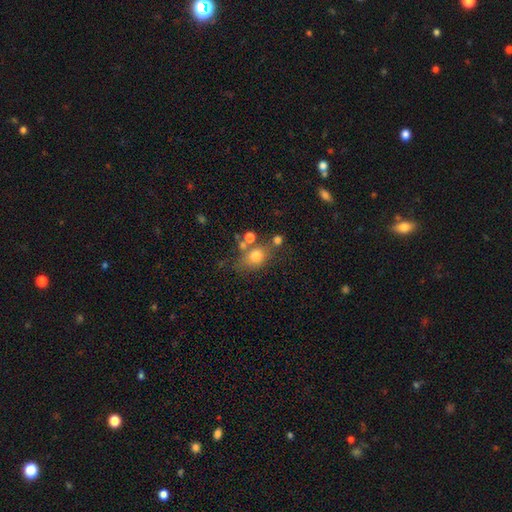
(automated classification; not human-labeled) This appears to be a smooth galaxy with no disk features (74%) that is round (49%, tied with in between). Merging: none (56%).